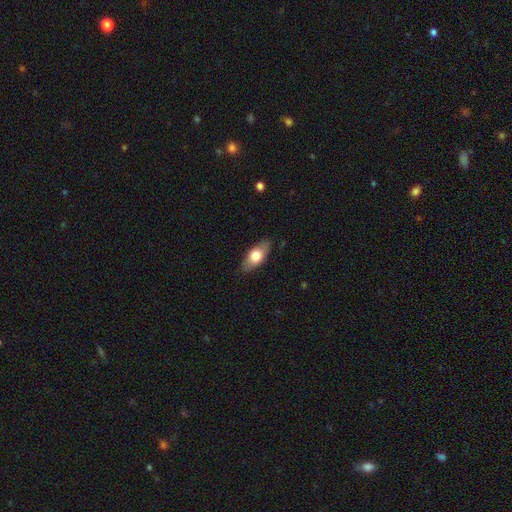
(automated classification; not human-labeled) A smooth galaxy with no disk features (68%) that is in between round and cigar-shaped (83%). Merging: none (85%).